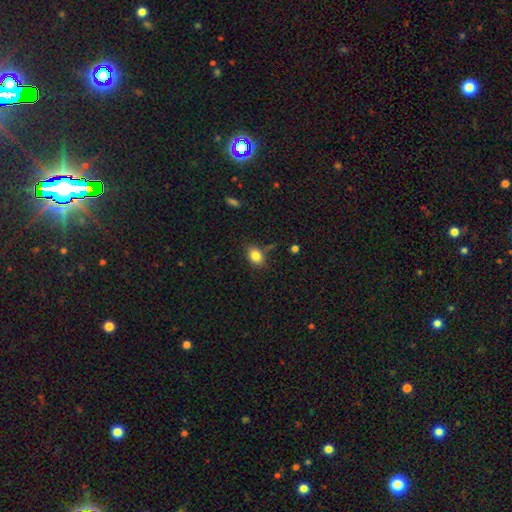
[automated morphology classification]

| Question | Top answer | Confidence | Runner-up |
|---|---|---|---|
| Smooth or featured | smooth | 83% | star or artifact (10%) |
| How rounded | in between | 68% | round (30%) |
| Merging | none | 75% | minor disturbance (16%) |